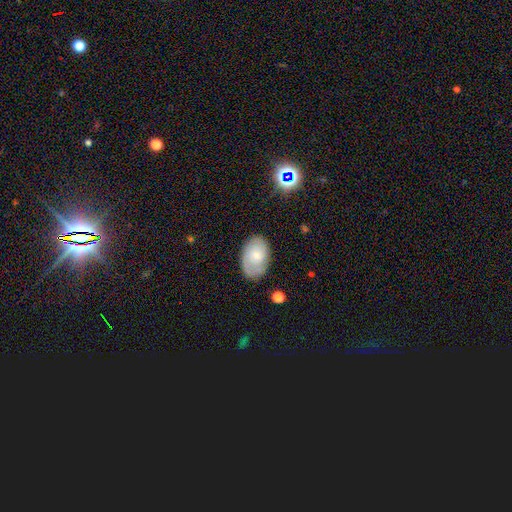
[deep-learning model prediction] Smooth or featured? smooth (57%)
How rounded? in between (88%)
Merging? none (72%)